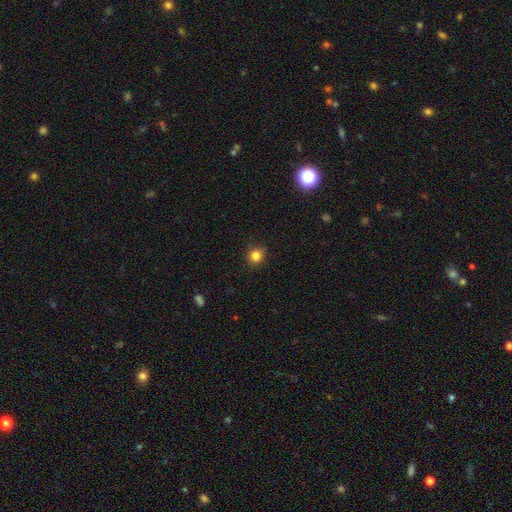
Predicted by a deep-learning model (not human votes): The model was most divided on "smooth or featured": smooth: 83%, star or artifact: 12%, featured or disk: 5%. More confident: merging — none (89%); how rounded — round (88%).